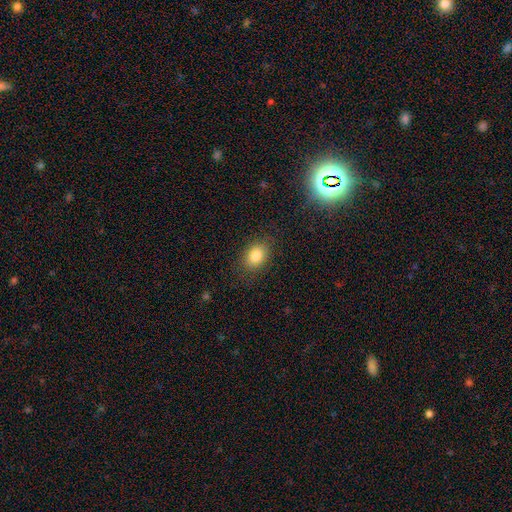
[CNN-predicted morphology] Smooth or featured? smooth (82%)
How rounded? in between (75%)
Merging? none (84%)